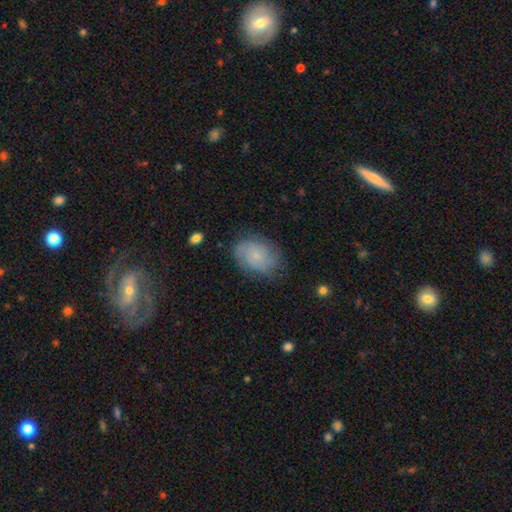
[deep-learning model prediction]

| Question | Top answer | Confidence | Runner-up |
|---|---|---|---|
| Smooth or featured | smooth | 59% | featured or disk (32%) |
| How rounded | in between | 73% | round (25%) |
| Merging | none | 73% | minor disturbance (19%) |